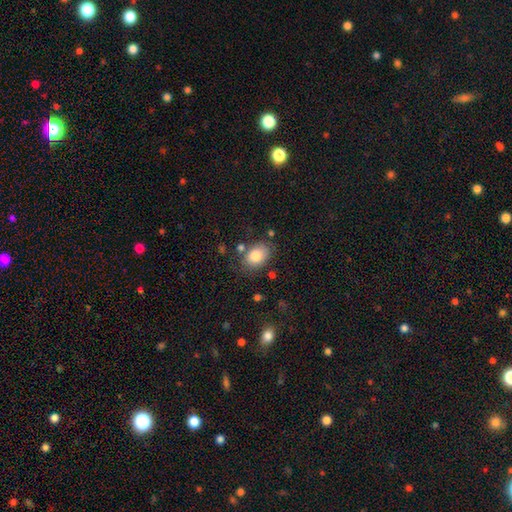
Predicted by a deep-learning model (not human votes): smooth_or_featured: smooth (p=0.81) [alt: featured or disk p=0.11]
how_rounded: in between (p=0.77) [alt: round p=0.22]
merging: none (p=0.72) [alt: minor disturbance p=0.18]